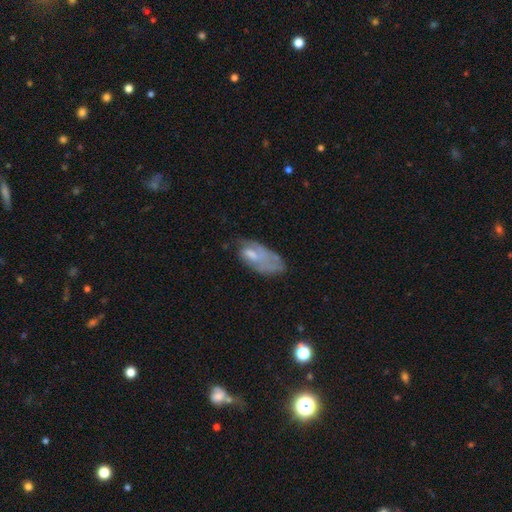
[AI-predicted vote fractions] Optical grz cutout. It shows a featured or disk galaxy (48%). Merging: none (35%).